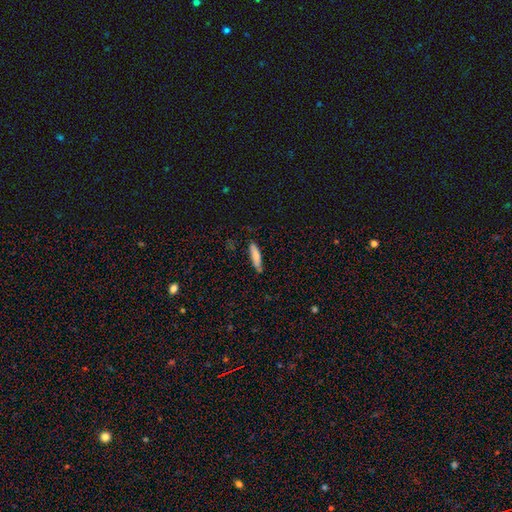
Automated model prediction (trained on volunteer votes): The model was most divided on "how rounded": cigar-shaped: 74%, in between: 25%, round: 2%. More confident: merging — none (77%); smooth or featured — smooth (75%).